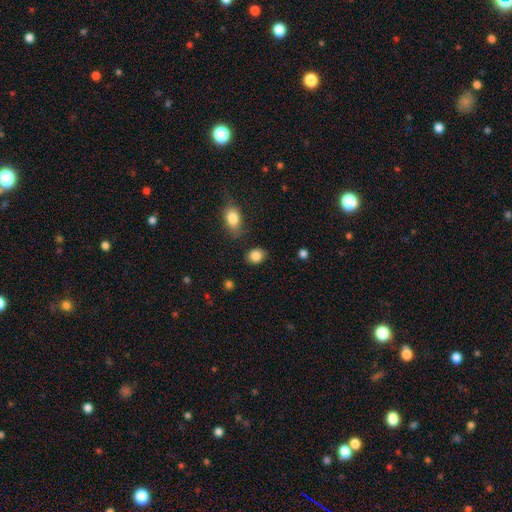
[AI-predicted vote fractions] Smooth or featured? Predicted: smooth (p=0.86). How rounded? Predicted: in between (p=0.51). Merging? Predicted: none (p=0.83).